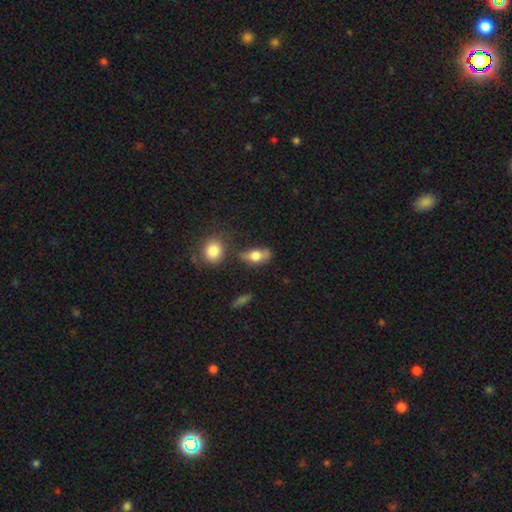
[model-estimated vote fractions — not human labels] Morphology: type=smooth (67%); roundness=in between (78%); merging=none (57%).